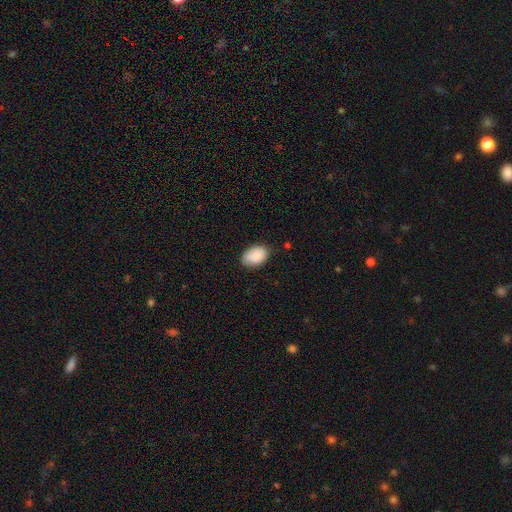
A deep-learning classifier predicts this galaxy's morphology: This is clearly a smooth galaxy (88%). How rounded: clearly in between (88%). Merging: likely none (76%).